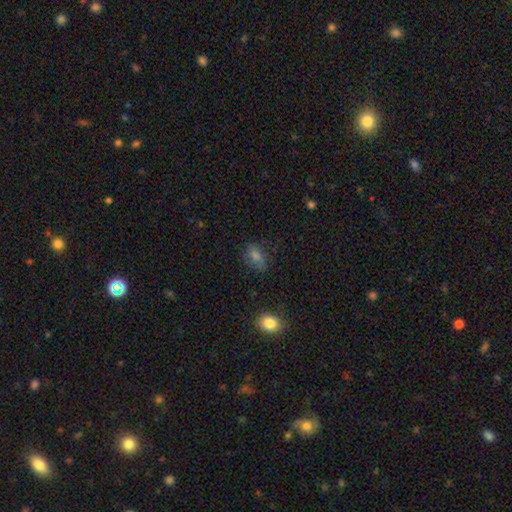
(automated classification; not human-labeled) smooth-or-featured: smooth: 70% | star or artifact: 18% | featured or disk: 13%
  how-rounded: in between: 77% | round: 18% | cigar-shaped: 5%
  merging: none: 72% | minor disturbance: 20% | major disturbance: 7% | merger: 2%